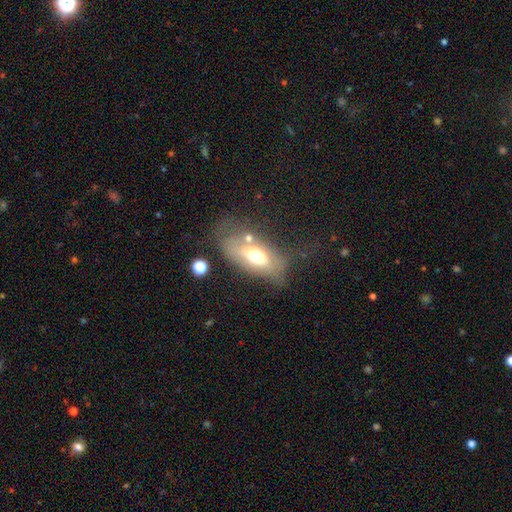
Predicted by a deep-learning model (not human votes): smooth 56%, featured or disk 34%, star or artifact 10%. Down the decision tree: how rounded — in between (85%); merging — none (44%).